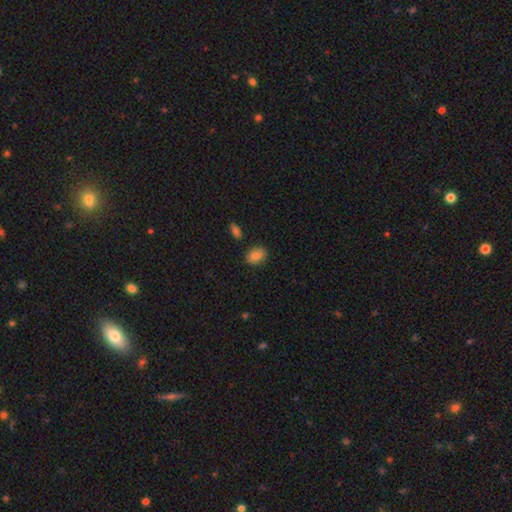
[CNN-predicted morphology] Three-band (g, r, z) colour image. It shows a smooth galaxy with no disk features (83%) that is in between round and cigar-shaped (67%). Merging: none (86%).